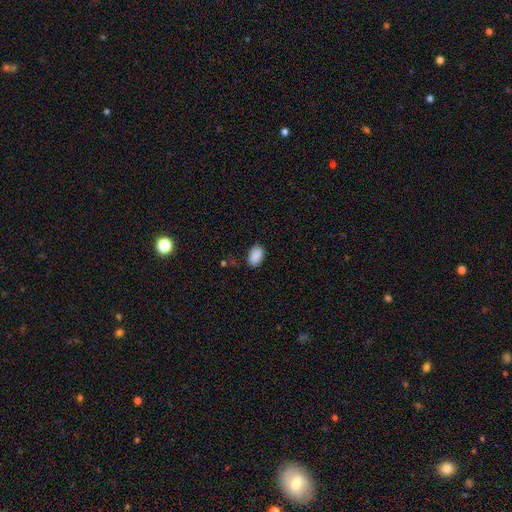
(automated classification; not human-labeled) A smooth galaxy with no disk features (89%) that is in between round and cigar-shaped (92%). Merging: none (81%).